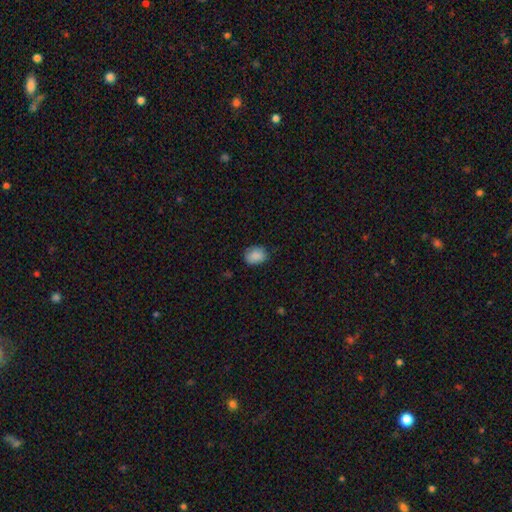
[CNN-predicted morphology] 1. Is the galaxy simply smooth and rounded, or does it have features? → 87% smooth, 8% star or artifact, 5% featured or disk.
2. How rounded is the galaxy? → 58% in between, 41% round, 1% cigar-shaped.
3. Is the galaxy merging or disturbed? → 74% none, 21% minor disturbance, 4% major disturbance, 1% merger.